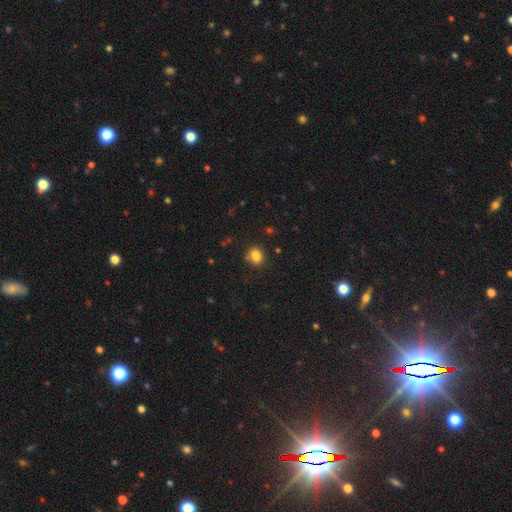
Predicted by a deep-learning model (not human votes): A smooth galaxy with no disk features (83%) that is round (53%). Merging: none (75%).